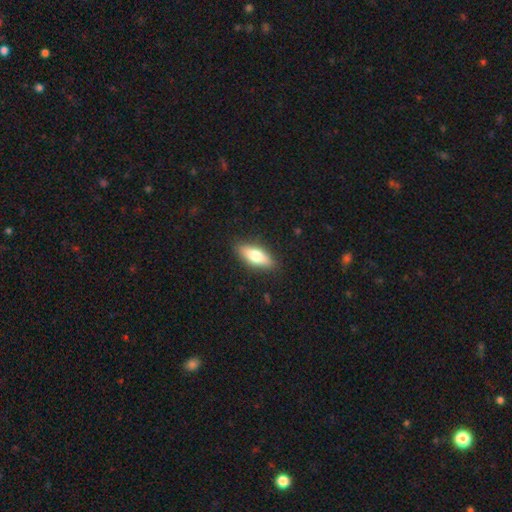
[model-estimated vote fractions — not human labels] This is likely a smooth galaxy (66%). How rounded: likely in between (67%). Merging: clearly none (88%).